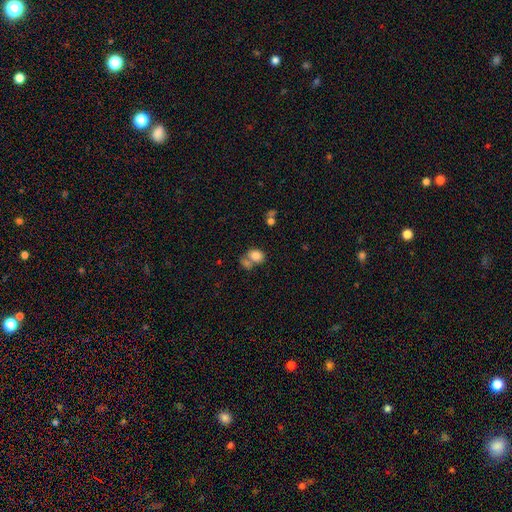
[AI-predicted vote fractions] Smooth or featured?
  - smooth: 80% *
  - featured or disk: 11%
  - star or artifact: 10%
How rounded?
  - in between: 53% *
  - round: 46%
  - cigar-shaped: 1%
Merging?
  - merger: 43% *
  - none: 37%
  - minor disturbance: 13%
  - major disturbance: 7%